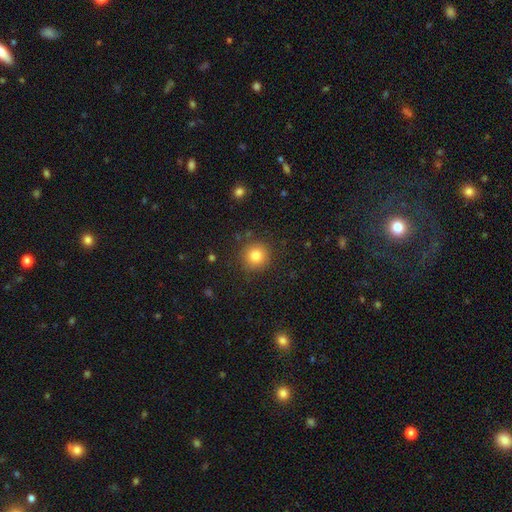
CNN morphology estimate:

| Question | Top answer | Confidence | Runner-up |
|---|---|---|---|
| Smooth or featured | smooth | 82% | star or artifact (11%) |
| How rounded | round | 93% | in between (6%) |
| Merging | none | 88% | minor disturbance (8%) |